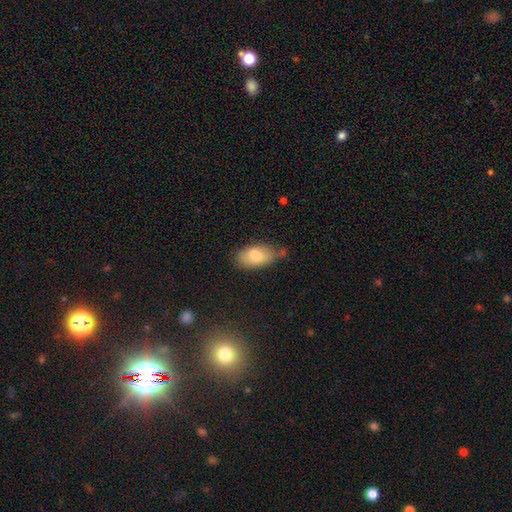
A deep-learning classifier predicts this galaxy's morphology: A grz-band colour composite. It shows a smooth galaxy with no disk features (79%) that is in between round and cigar-shaped (93%). Merging: none (62%).